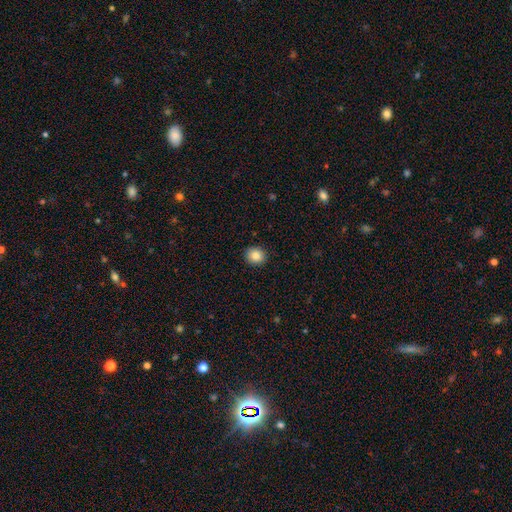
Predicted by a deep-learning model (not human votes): Q: Smooth or featured?
A: smooth (86%); runner-up: star or artifact (9%)
Q: How rounded?
A: round (79%); runner-up: in between (20%)
Q: Merging?
A: none (91%); runner-up: minor disturbance (6%)